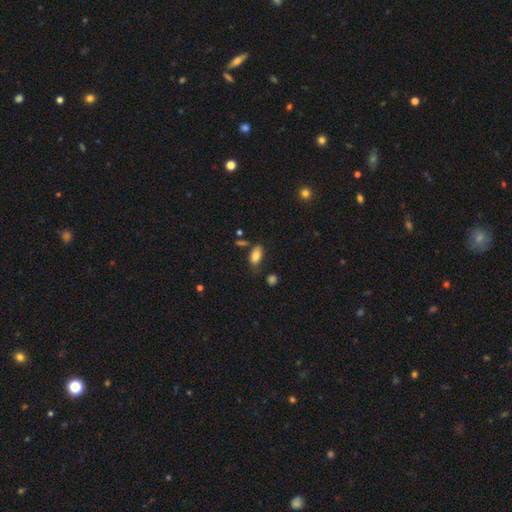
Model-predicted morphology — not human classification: Smooth or featured? Predicted: smooth (p=0.83). How rounded? Predicted: in between (p=0.91). Merging? Predicted: none (p=0.66).